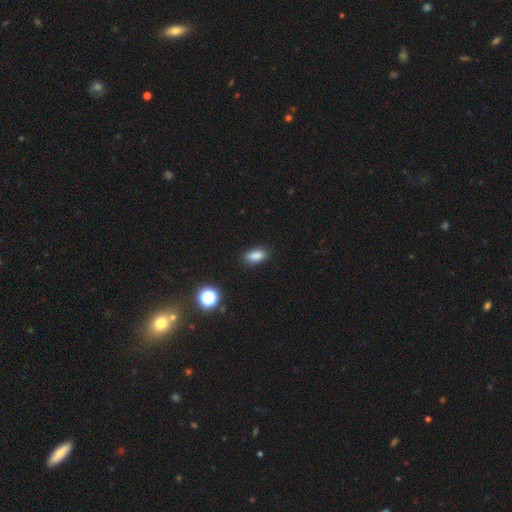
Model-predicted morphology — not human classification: smooth_or_featured: smooth (p=0.85) [alt: star or artifact p=0.11]
how_rounded: in between (p=0.89) [alt: round p=0.06]
merging: none (p=0.87) [alt: minor disturbance p=0.09]